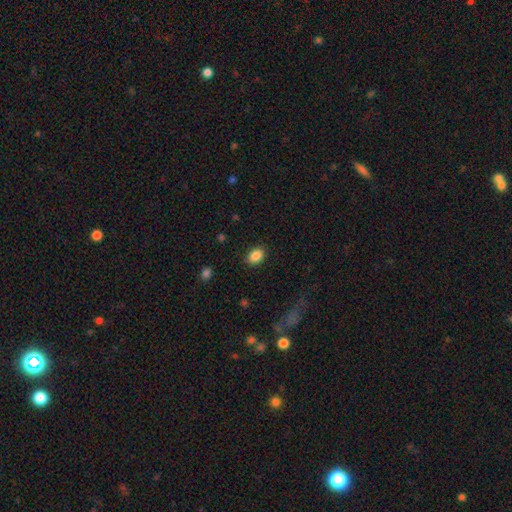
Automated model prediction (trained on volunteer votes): A smooth galaxy with no disk features (87%) that is in between round and cigar-shaped (72%). Merging: none (87%).